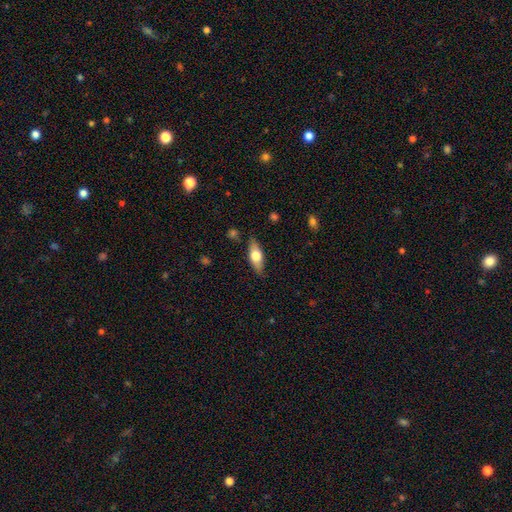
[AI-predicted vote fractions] Smooth or featured? smooth (59%)
How rounded? in between (69%)
Merging? none (84%)